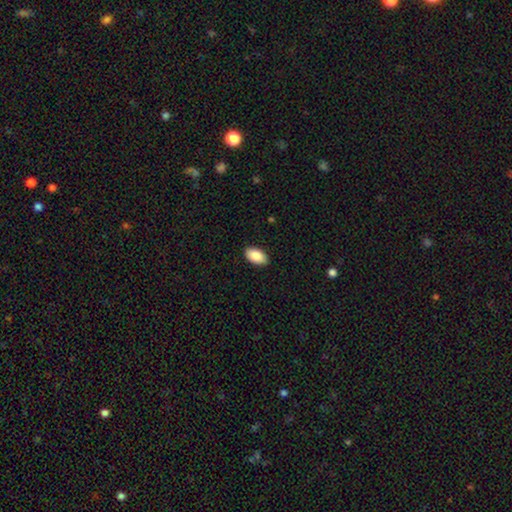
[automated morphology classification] The model was most divided on "smooth or featured": smooth: 87%, featured or disk: 7%, star or artifact: 7%. More confident: how rounded — in between (95%); merging — none (89%).